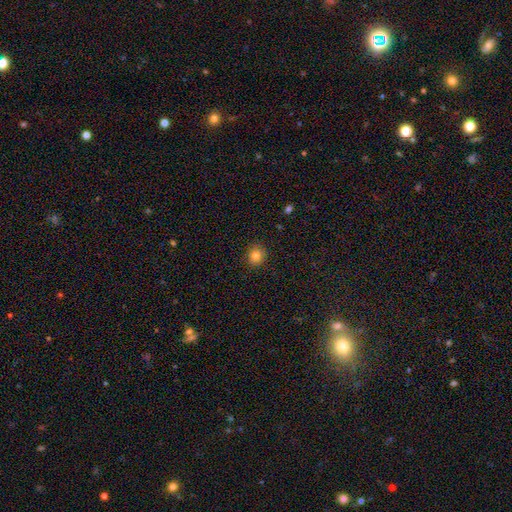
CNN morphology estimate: Smooth or featured?
  - smooth: 81% *
  - star or artifact: 12%
  - featured or disk: 7%
How rounded?
  - round: 80% *
  - in between: 20%
  - cigar-shaped: 1%
Merging?
  - none: 89% *
  - minor disturbance: 8%
  - major disturbance: 2%
  - merger: 1%